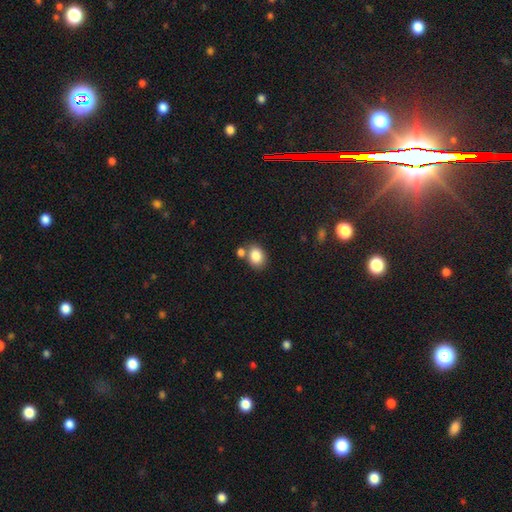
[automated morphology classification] This appears to be a smooth galaxy with no disk features (85%) that is in between round and cigar-shaped (58%). Merging: none (63%).